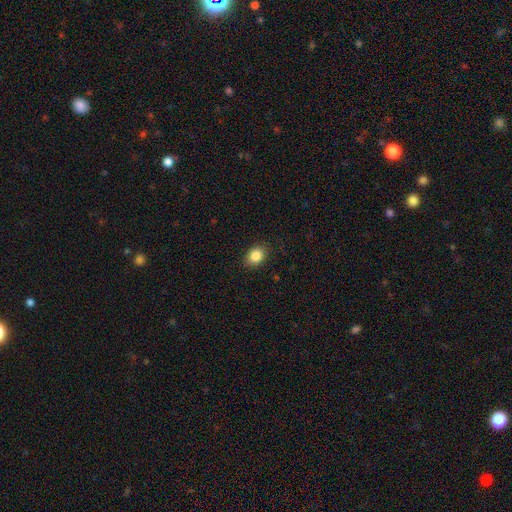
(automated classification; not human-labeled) This appears to be a smooth galaxy with no disk features (85%) that is in between round and cigar-shaped (59%). Merging: none (87%).